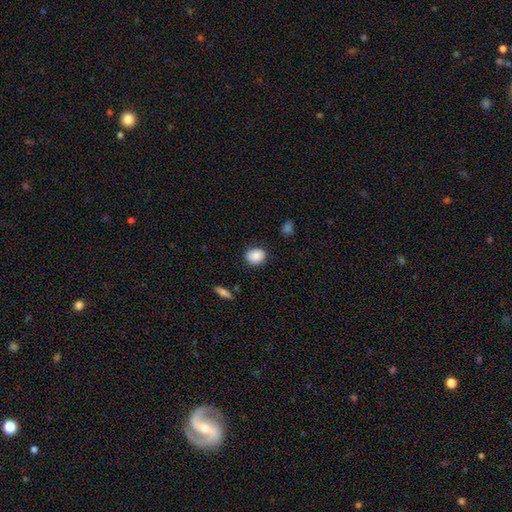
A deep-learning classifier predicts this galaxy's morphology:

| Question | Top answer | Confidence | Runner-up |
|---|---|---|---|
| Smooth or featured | smooth | 88% | star or artifact (8%) |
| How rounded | round | 59% | in between (40%) |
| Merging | none | 83% | minor disturbance (13%) |